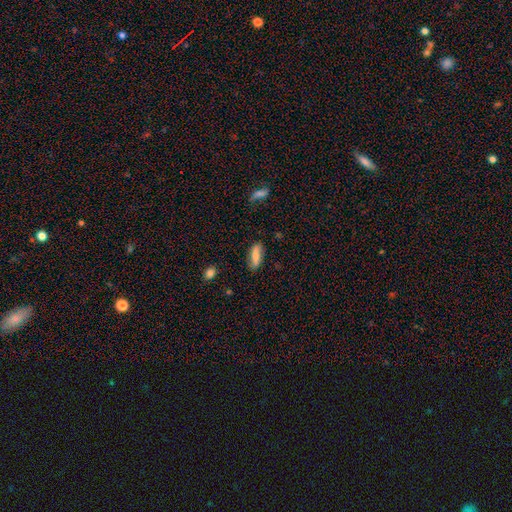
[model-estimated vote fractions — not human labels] The model was most divided on "how rounded": in between: 62%, cigar-shaped: 35%, round: 3%. More confident: merging — none (77%); smooth or featured — smooth (69%).